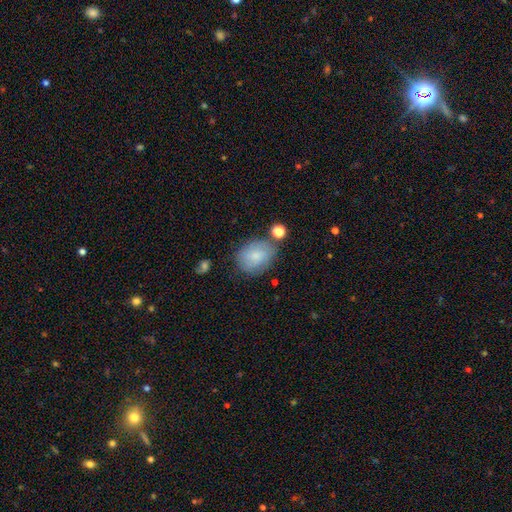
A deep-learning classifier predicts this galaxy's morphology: A smooth galaxy with no disk features (73%) that is in between round and cigar-shaped (61%).

Vote fractions:
- Smooth or featured? smooth: 73% / featured or disk: 19% / star or artifact: 8%
- How rounded? in between: 61% / round: 38% / cigar-shaped: 1%
- Merging? none: 67% / minor disturbance: 20% / major disturbance: 6% / merger: 6%